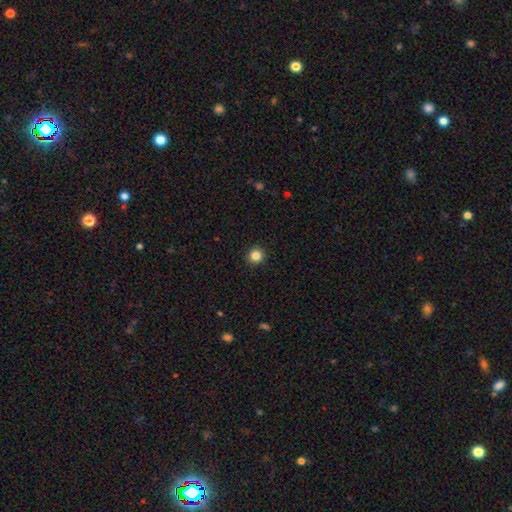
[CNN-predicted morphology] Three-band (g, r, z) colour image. It shows a smooth galaxy with no disk features (85%) that is round (94%). Merging: none (93%).